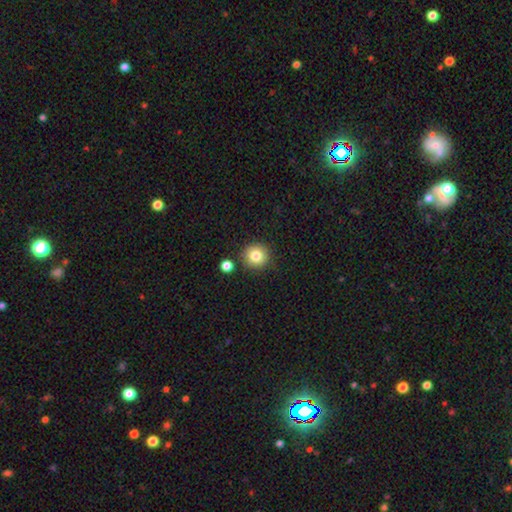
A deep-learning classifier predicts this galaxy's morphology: Smooth or featured? smooth (82%)
How rounded? round (94%)
Merging? none (85%)